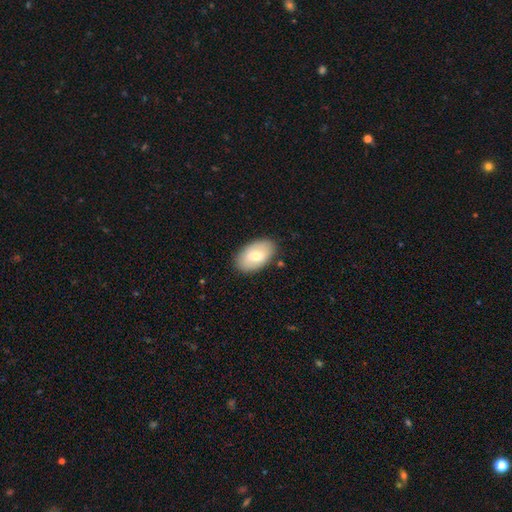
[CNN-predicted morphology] Smooth or featured? smooth (68%)
How rounded? in between (94%)
Merging? none (85%)